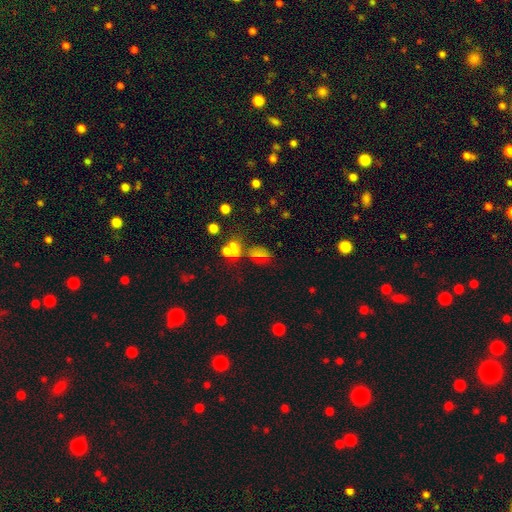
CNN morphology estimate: type=star or artifact (49%).